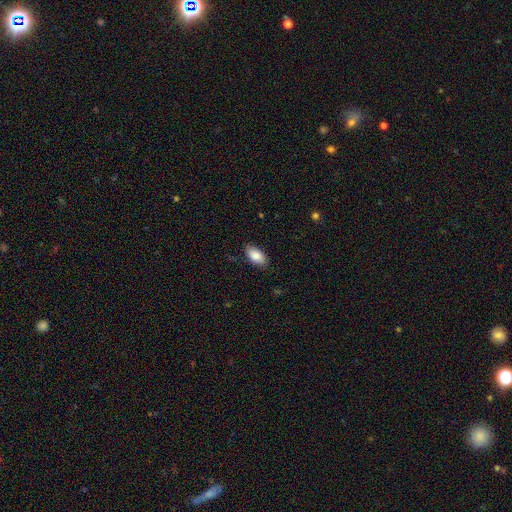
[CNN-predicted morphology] This appears to be a smooth galaxy with no disk features (87%) that is in between round and cigar-shaped (93%). Merging: none (85%).